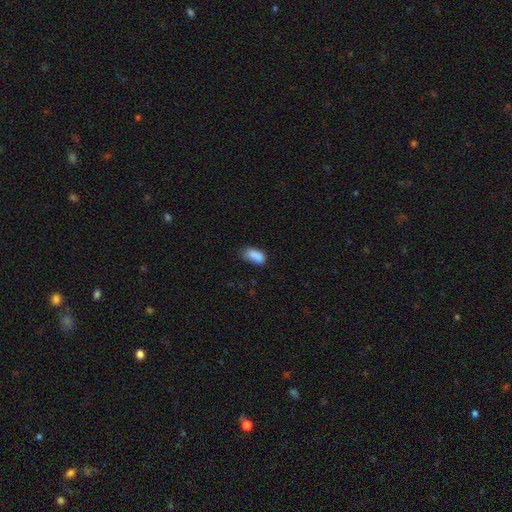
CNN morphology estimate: A smooth galaxy with no disk features (85%) that is in between round and cigar-shaped (89%). Merging: none (53%).